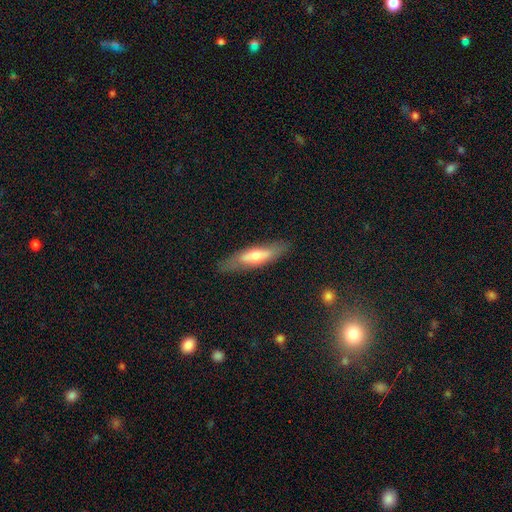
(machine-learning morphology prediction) This is possibly a smooth galaxy (54%). How rounded: likely cigar-shaped (64%). Merging: clearly none (82%).